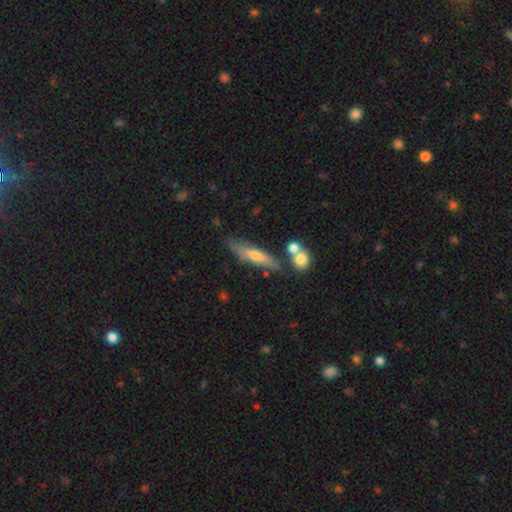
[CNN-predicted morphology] A smooth galaxy with no disk features (48%).

Vote fractions:
- Smooth or featured? smooth: 48% / featured or disk: 45% / star or artifact: 7%
- Merging? none: 66% / minor disturbance: 17% / merger: 12% / major disturbance: 5%